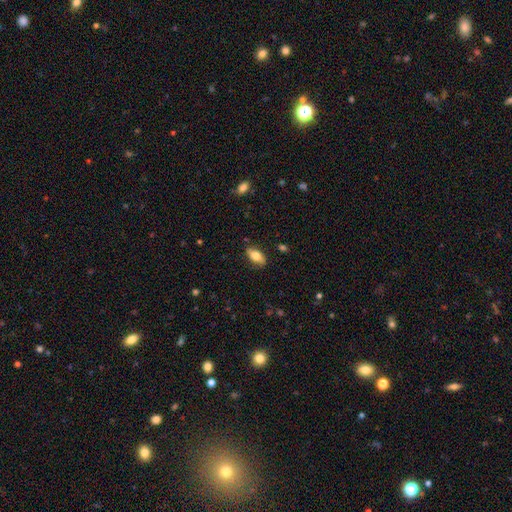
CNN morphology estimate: smooth-or-featured: smooth: 75% | featured or disk: 18% | star or artifact: 7%
  how-rounded: in between: 88% | cigar-shaped: 9% | round: 3%
  merging: none: 81% | minor disturbance: 15% | major disturbance: 3% | merger: 1%